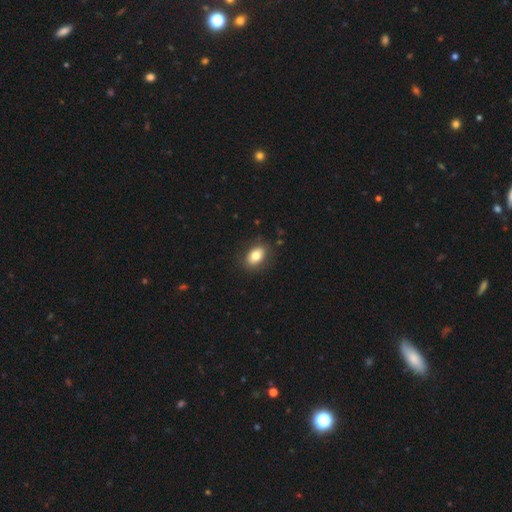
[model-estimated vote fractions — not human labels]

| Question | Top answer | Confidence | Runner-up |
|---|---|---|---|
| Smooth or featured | smooth | 79% | featured or disk (13%) |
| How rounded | in between | 81% | round (17%) |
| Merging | none | 85% | minor disturbance (11%) |